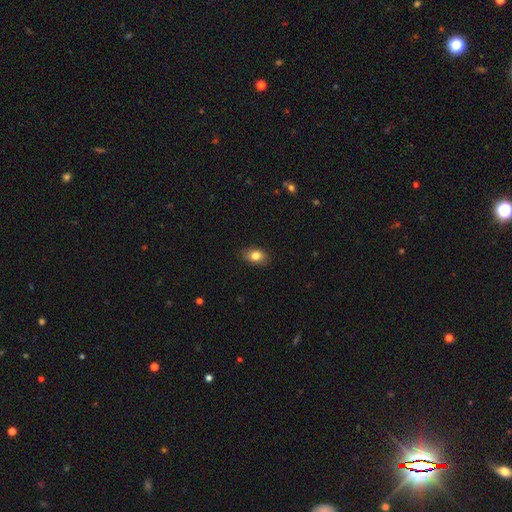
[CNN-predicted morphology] type=smooth (82%); roundness=in between (78%); merging=none (86%).